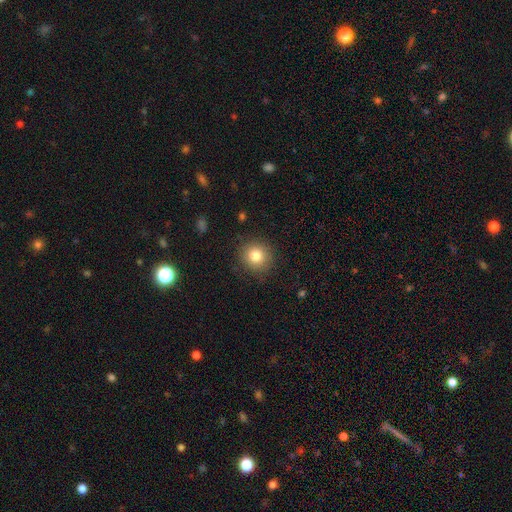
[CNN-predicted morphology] This is clearly a smooth galaxy (81%). How rounded: clearly round (89%). Merging: clearly none (88%).